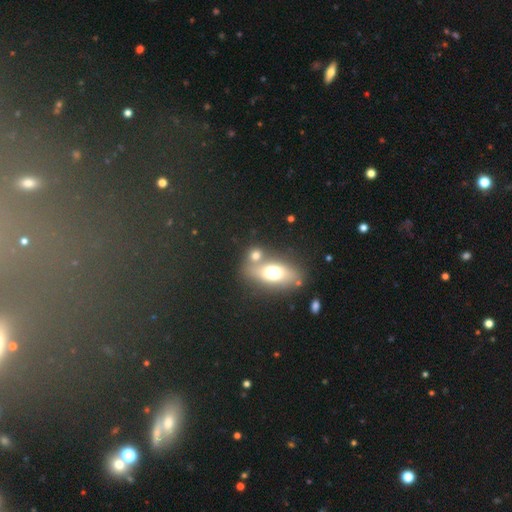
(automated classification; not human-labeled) smooth_or_featured: smooth (p=0.64) [alt: featured or disk p=0.22]
how_rounded: in between (p=0.60) [alt: round p=0.32]
merging: none (p=0.51) [alt: merger p=0.34]